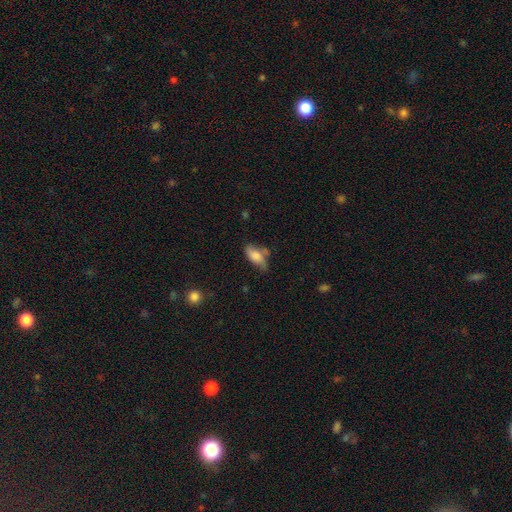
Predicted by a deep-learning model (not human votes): Q: Smooth or featured?
A: smooth (72%); runner-up: featured or disk (20%)
Q: How rounded?
A: in between (84%); runner-up: cigar-shaped (12%)
Q: Merging?
A: none (46%); runner-up: minor disturbance (31%)